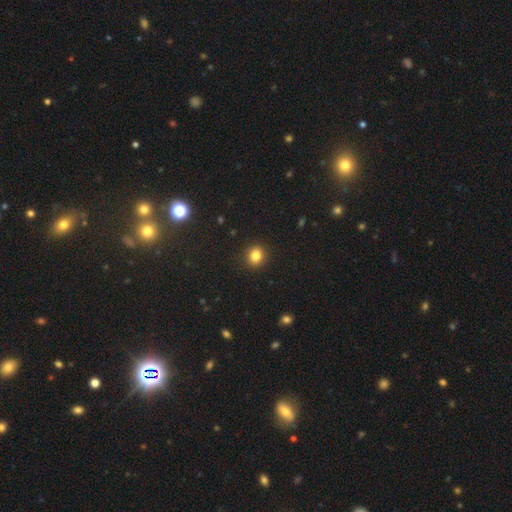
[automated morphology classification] Smooth or featured? smooth (83%)
How rounded? round (75%)
Merging? none (91%)